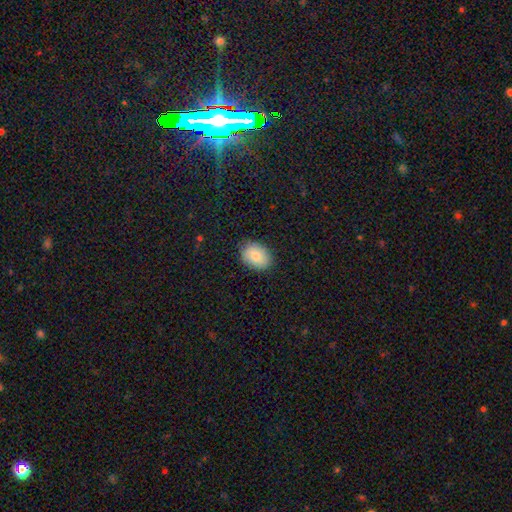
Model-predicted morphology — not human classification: This is clearly a smooth galaxy (82%). How rounded: likely in between (68%). Merging: clearly none (86%).